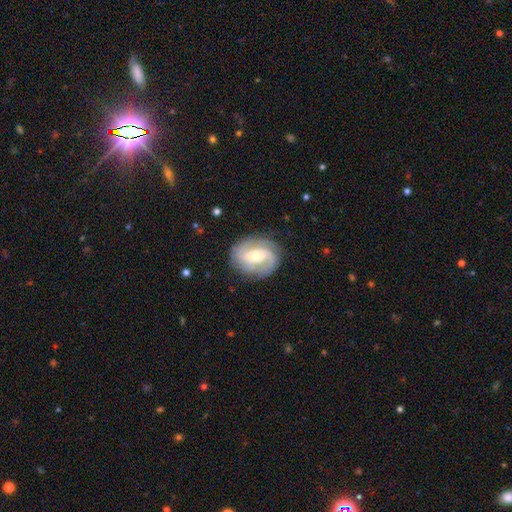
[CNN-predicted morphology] Q: Smooth or featured?
A: featured or disk (82%); runner-up: smooth (13%)
Q: Edge-on disk?
A: no (97%); runner-up: yes (3%)
Q: Bar?
A: weak (42%); runner-up: no (36%)
Q: Spiral arms?
A: yes (94%); runner-up: no (6%)
Q: Spiral winding?
A: tight (48%); runner-up: medium (40%)
Q: Spiral arm count?
A: 2 (66%); runner-up: can't tell (13%)
Q: Bulge size?
A: moderate (51%); runner-up: small (44%)
Q: Merging?
A: none (80%); runner-up: minor disturbance (13%)